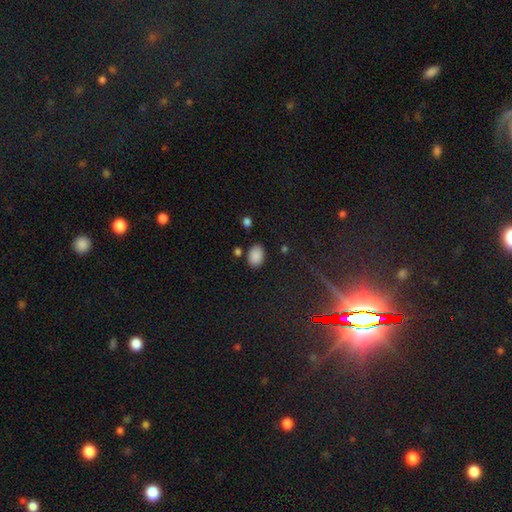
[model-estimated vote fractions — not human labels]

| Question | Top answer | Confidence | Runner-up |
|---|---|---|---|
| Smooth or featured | smooth | 87% | star or artifact (9%) |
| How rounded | in between | 82% | round (16%) |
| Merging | none | 83% | minor disturbance (11%) |